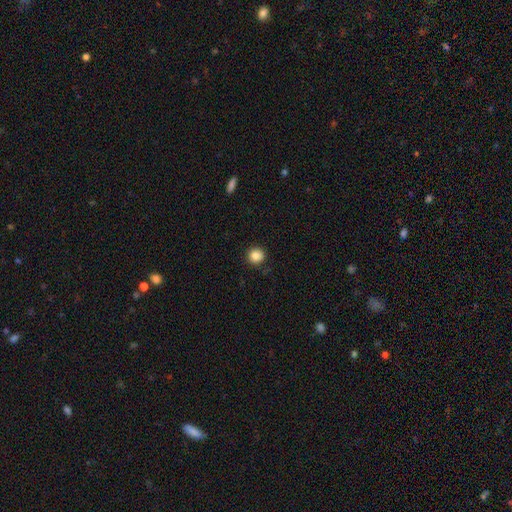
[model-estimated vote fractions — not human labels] Morphology: type=smooth (86%); roundness=round (93%); merging=none (89%).